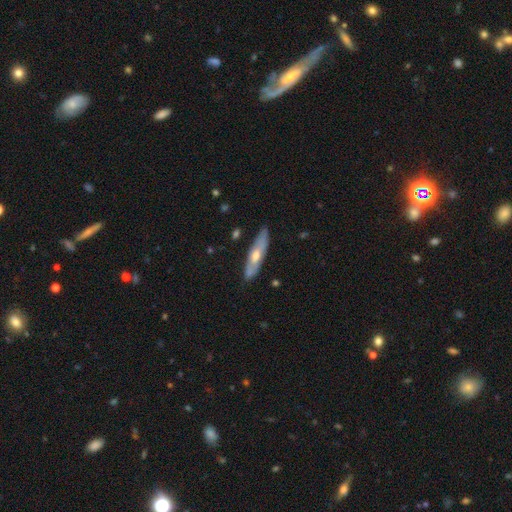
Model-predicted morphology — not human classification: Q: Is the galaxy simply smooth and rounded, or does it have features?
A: featured or disk — 55%.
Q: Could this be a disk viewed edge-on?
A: yes — 57%.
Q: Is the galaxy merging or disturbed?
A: none — 82%.